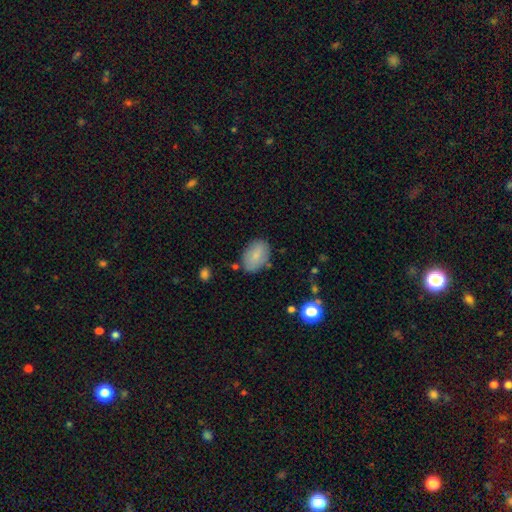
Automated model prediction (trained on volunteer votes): Smooth or featured? smooth (81%)
How rounded? in between (86%)
Merging? none (77%)